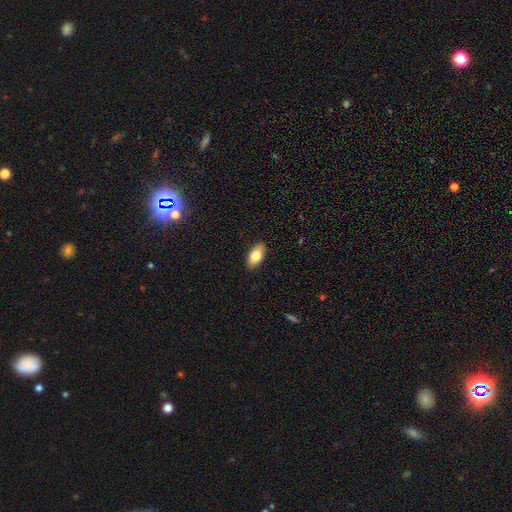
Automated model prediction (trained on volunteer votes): The model was most divided on "smooth or featured": smooth: 78%, featured or disk: 15%, star or artifact: 7%. More confident: how rounded — in between (92%); merging — none (89%).